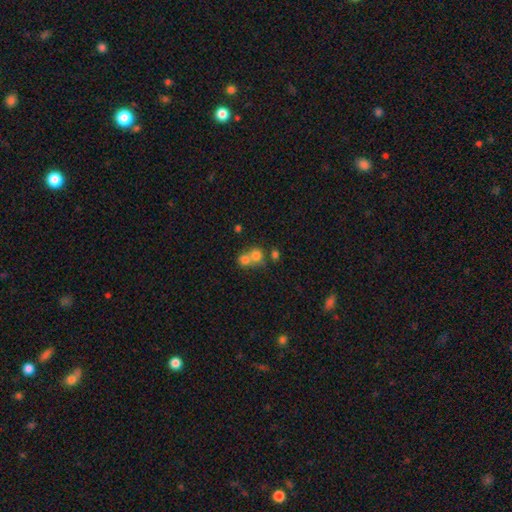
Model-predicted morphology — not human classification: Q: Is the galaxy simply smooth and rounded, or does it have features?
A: smooth — 74%.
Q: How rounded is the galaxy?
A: round — 78%.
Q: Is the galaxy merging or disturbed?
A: merger — 57%.